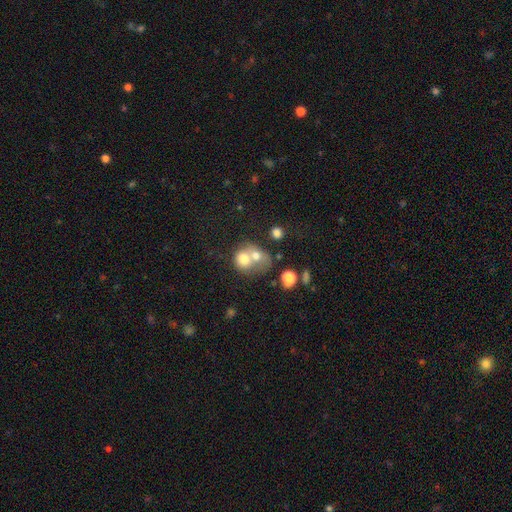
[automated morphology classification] The model was most divided on "how rounded": round: 60%, in between: 39%, cigar-shaped: 1%. More confident: merging — merger (72%); smooth or featured — smooth (66%).